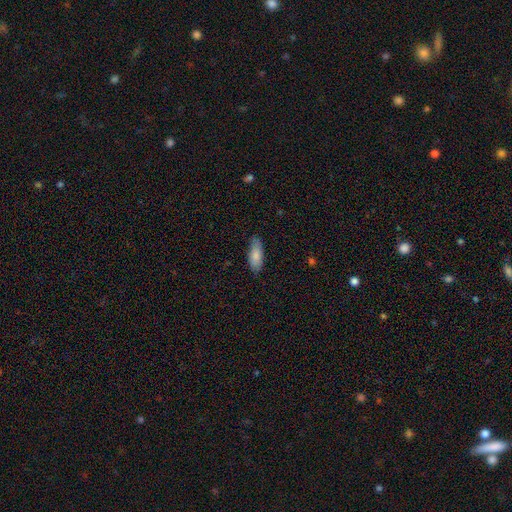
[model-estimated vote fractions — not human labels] smooth 84%, featured or disk 11%, star or artifact 6%. Down the decision tree: how rounded — in between (73%); merging — none (80%).